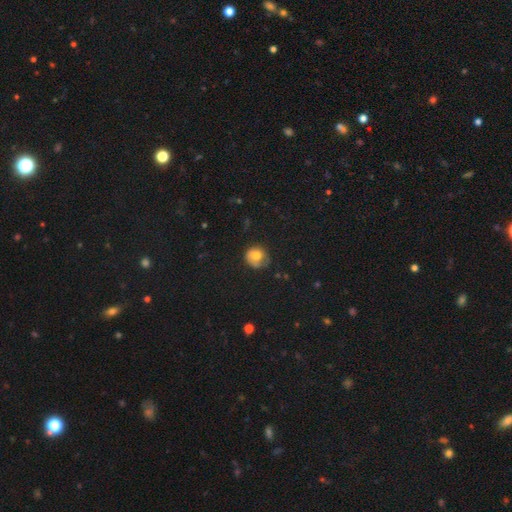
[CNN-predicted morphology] Smooth or featured?
  - smooth: 69% *
  - featured or disk: 21%
  - star or artifact: 10%
How rounded?
  - round: 70% *
  - in between: 29%
  - cigar-shaped: 1%
Merging?
  - none: 50% *
  - minor disturbance: 30%
  - major disturbance: 16%
  - merger: 3%